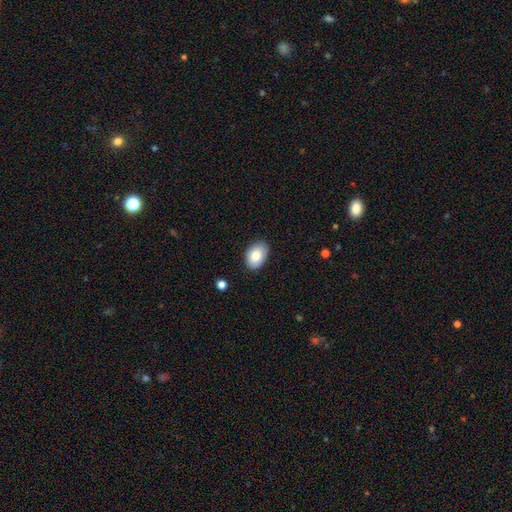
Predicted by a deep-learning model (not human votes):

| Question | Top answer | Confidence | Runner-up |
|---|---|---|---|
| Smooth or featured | smooth | 82% | featured or disk (11%) |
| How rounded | in between | 87% | round (12%) |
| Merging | none | 85% | minor disturbance (12%) |